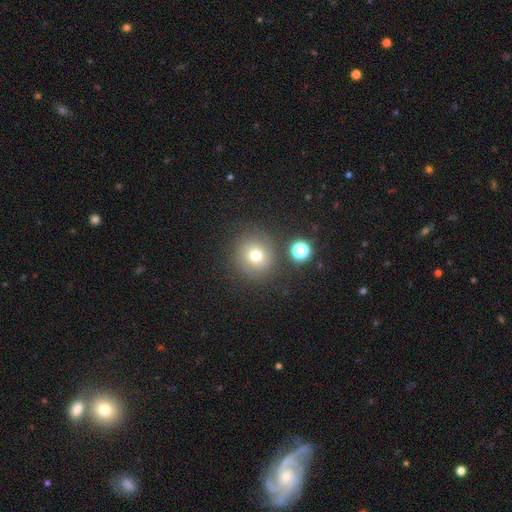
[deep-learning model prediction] This is likely a smooth galaxy (68%). How rounded: clearly round (90%). Merging: likely none (78%).